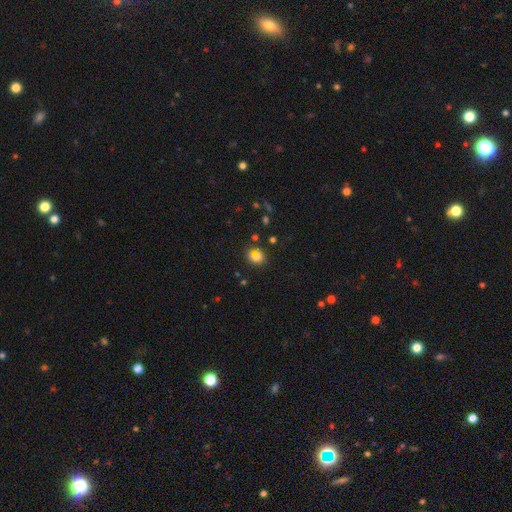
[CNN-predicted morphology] This is likely a smooth galaxy (61%). How rounded: likely round (65%). Merging: possibly none (55%).